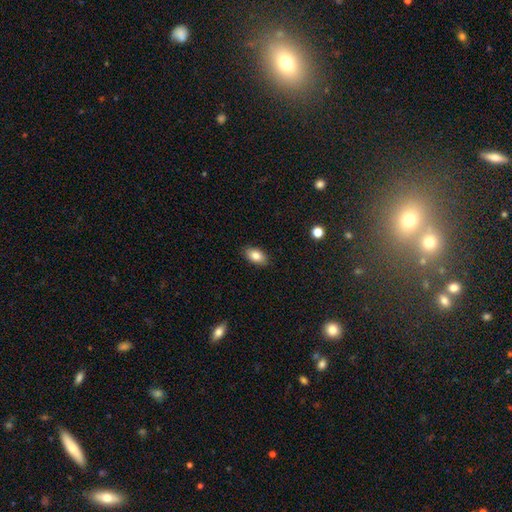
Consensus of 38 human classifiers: Morphology: type=smooth (92%); roundness=in between (97%); merging=none (97%).